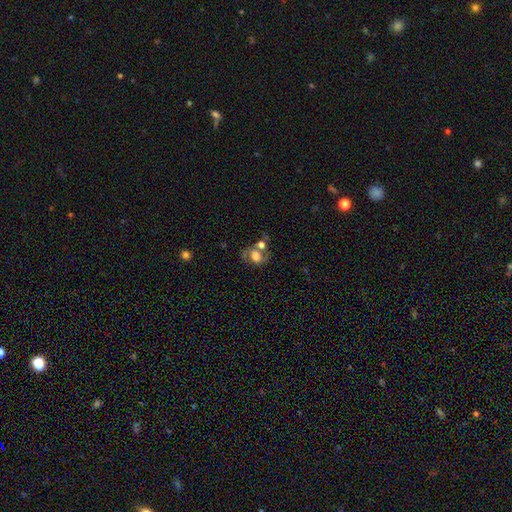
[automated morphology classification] type=smooth (53%); roundness=in between (56%); merging=merger (36%).